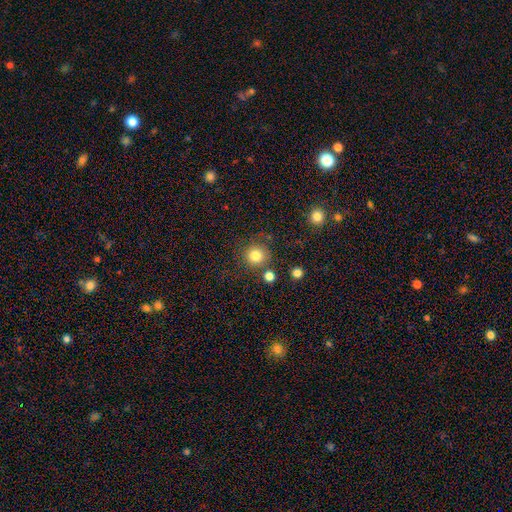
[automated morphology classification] Smooth or featured? smooth (82%)
How rounded? round (93%)
Merging? none (78%)